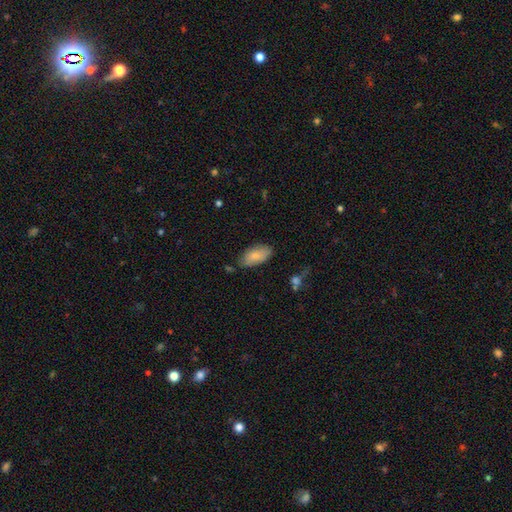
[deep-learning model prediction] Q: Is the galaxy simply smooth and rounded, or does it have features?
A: smooth — 83%.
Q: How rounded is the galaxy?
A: in between — 92%.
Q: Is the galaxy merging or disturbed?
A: none — 72%.